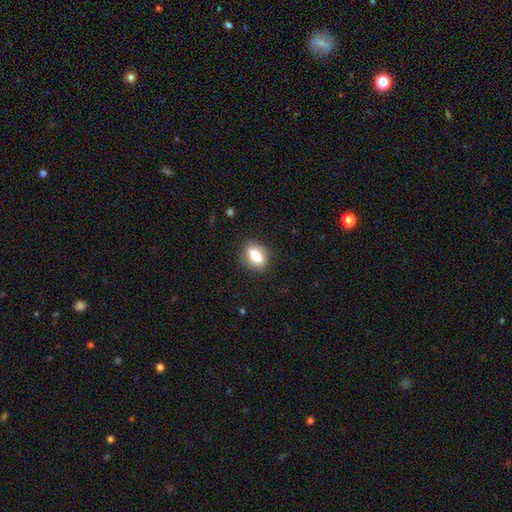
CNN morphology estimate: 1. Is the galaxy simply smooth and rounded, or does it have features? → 76% smooth, 16% featured or disk, 8% star or artifact.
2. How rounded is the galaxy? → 76% in between, 12% cigar-shaped, 11% round.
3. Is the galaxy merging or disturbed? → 84% none, 12% minor disturbance, 3% major disturbance, 1% merger.